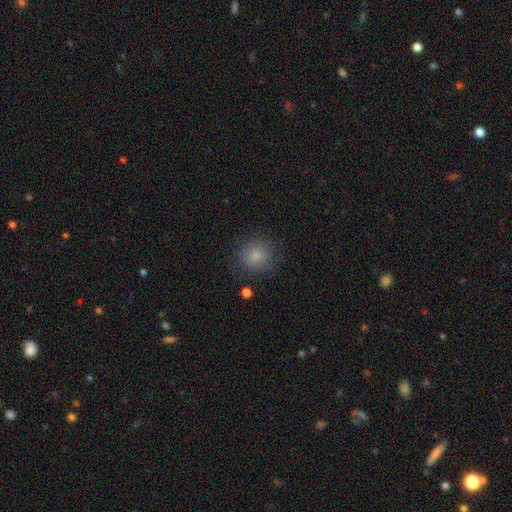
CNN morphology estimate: smooth_or_featured: smooth (p=0.84) [alt: star or artifact p=0.10]
how_rounded: round (p=0.85) [alt: in between p=0.14]
merging: none (p=0.82) [alt: minor disturbance p=0.12]